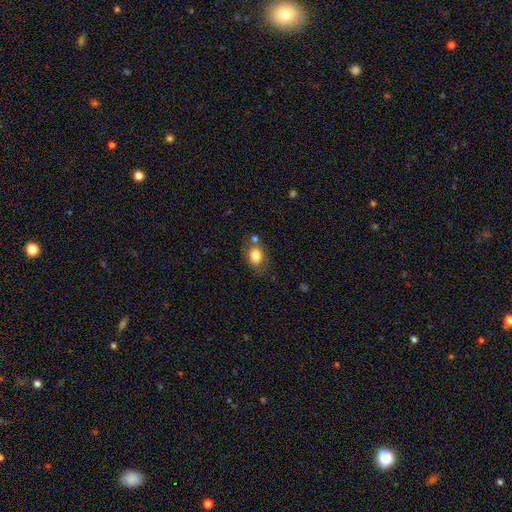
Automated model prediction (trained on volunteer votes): Smooth or featured? smooth (80%)
How rounded? in between (67%)
Merging? none (61%)